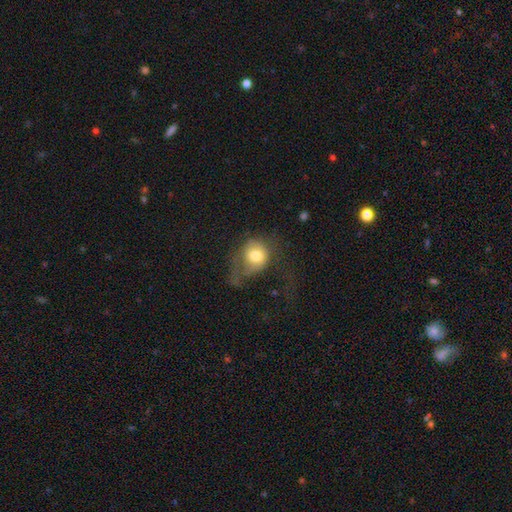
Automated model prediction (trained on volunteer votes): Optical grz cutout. It shows a smooth galaxy with no disk features (71%) that is round (67%). Merging: major disturbance (50%).